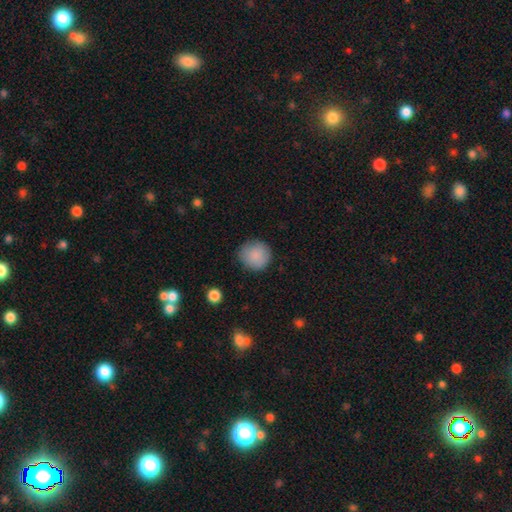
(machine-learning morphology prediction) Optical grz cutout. It shows a smooth galaxy with no disk features (86%) that is round (93%). Merging: none (83%).